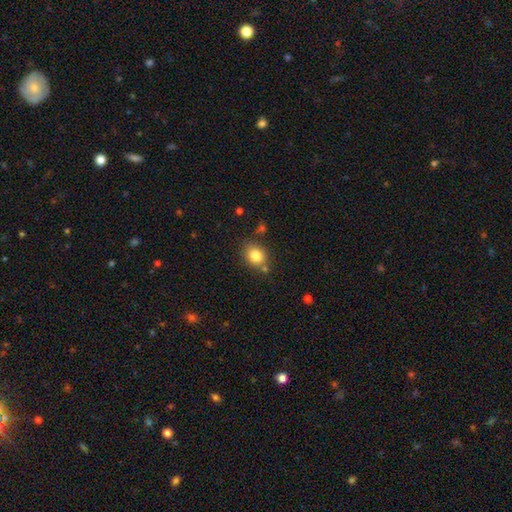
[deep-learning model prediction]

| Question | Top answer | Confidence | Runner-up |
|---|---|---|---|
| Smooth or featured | smooth | 82% | star or artifact (10%) |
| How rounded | round | 53% | in between (46%) |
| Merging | none | 73% | minor disturbance (15%) |